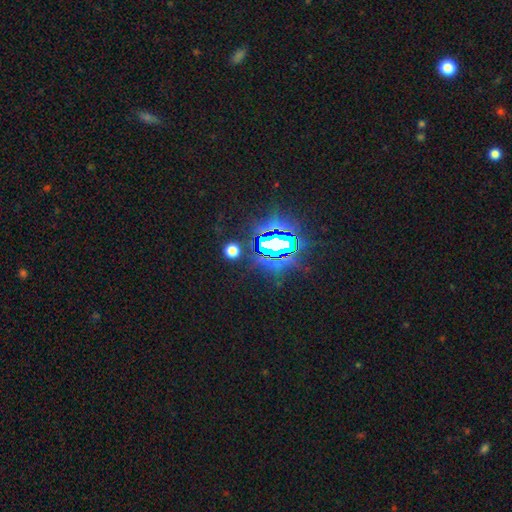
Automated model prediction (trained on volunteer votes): Morphology: type=star or artifact (83%).